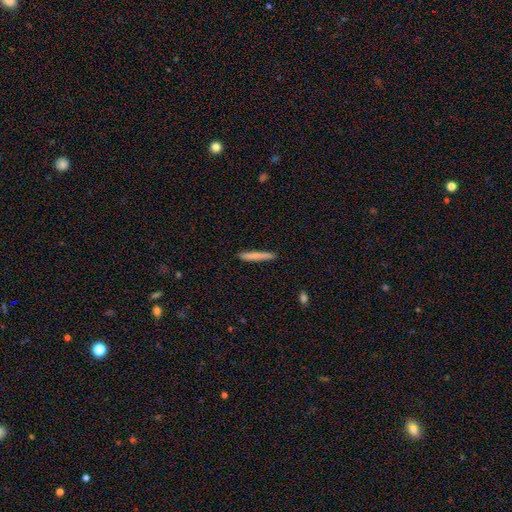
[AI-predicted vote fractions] Morphology: type=smooth (75%); roundness=cigar-shaped (96%); merging=none (90%).